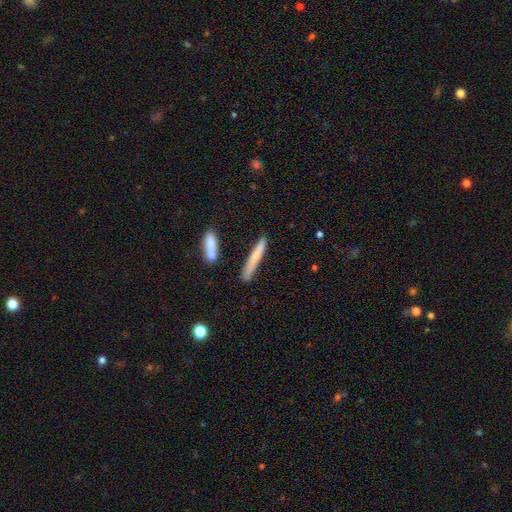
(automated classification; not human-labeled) This is likely a smooth galaxy (68%). How rounded: clearly cigar-shaped (95%). Merging: clearly none (81%).